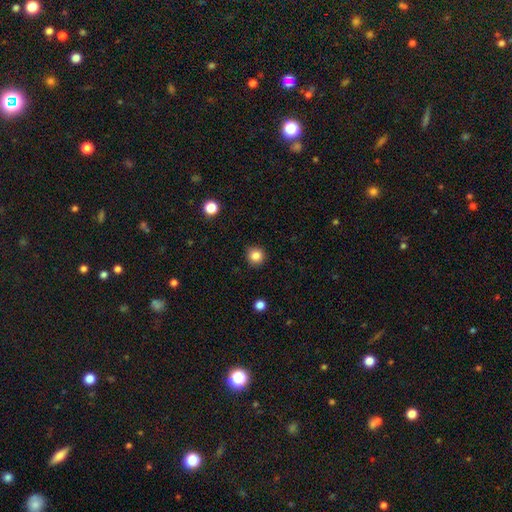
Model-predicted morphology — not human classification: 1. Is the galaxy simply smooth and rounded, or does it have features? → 84% smooth, 11% star or artifact, 5% featured or disk.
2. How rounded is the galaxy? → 93% round, 6% in between, 1% cigar-shaped.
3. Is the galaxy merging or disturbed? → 88% none, 9% minor disturbance, 2% major disturbance, 1% merger.